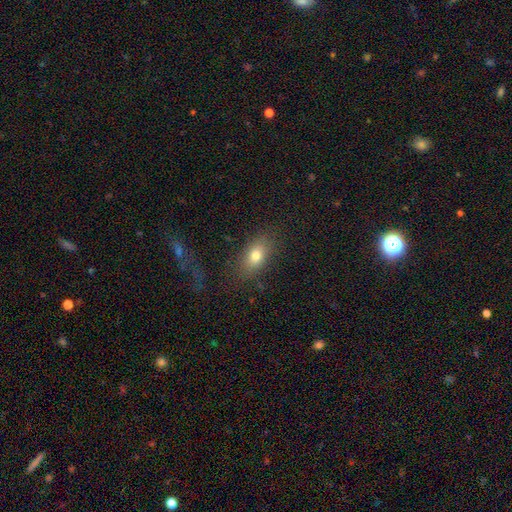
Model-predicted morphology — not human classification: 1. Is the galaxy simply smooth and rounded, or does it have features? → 77% smooth, 13% featured or disk, 10% star or artifact.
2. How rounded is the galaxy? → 83% in between, 10% round, 7% cigar-shaped.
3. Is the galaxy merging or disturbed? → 78% none, 13% minor disturbance, 7% major disturbance, 2% merger.